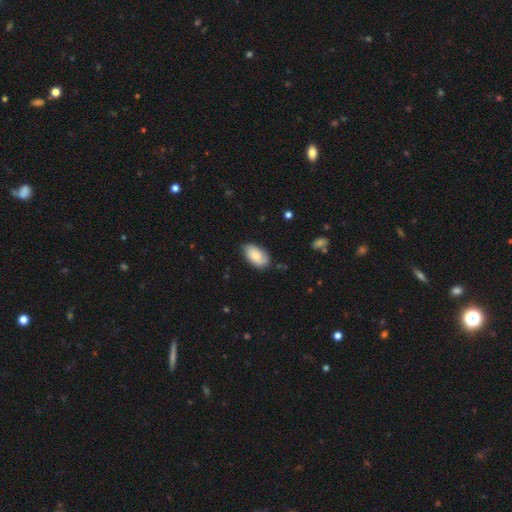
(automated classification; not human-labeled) Smooth or featured? Predicted: smooth (p=0.80). How rounded? Predicted: in between (p=0.94). Merging? Predicted: none (p=0.75).